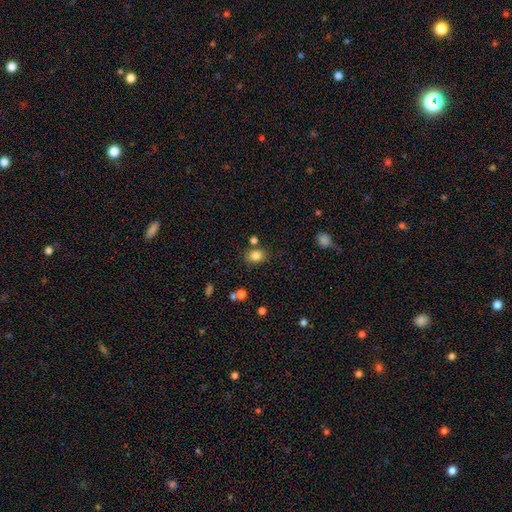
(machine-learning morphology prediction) This is clearly a smooth galaxy (83%). How rounded: likely in between (61%). Merging: likely none (75%).